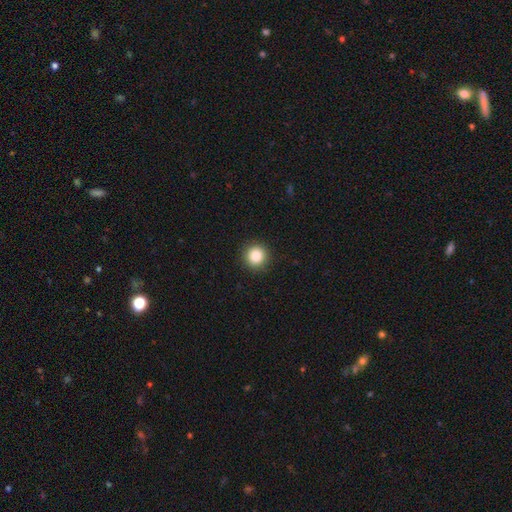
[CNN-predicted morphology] A smooth galaxy with no disk features (85%) that is round (94%).

Vote fractions:
- Smooth or featured? smooth: 85% / star or artifact: 10% / featured or disk: 5%
- How rounded? round: 94% / in between: 5% / cigar-shaped: 1%
- Merging? none: 92% / minor disturbance: 5% / major disturbance: 2% / merger: 1%